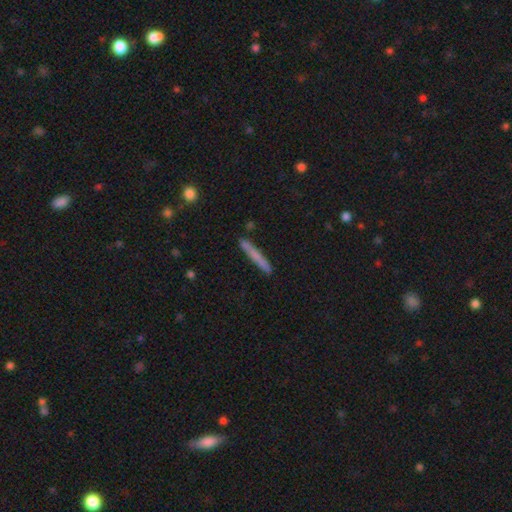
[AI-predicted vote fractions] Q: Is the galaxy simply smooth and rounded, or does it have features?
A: smooth — 68%.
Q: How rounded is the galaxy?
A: cigar-shaped — 96%.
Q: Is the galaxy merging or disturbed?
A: none — 85%.